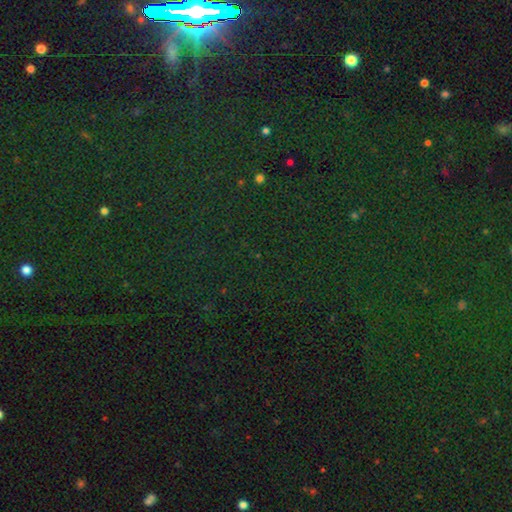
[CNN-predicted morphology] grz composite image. It shows a star or artifact, not a galaxy (82%).